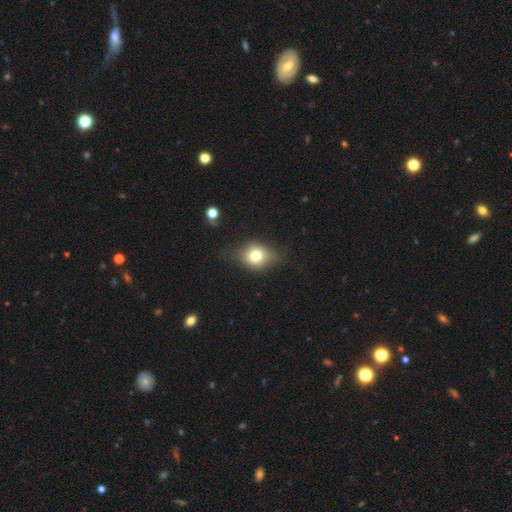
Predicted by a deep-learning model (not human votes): A smooth galaxy with no disk features (70%) that is round (51%).

Vote fractions:
- Smooth or featured? smooth: 70% / featured or disk: 18% / star or artifact: 12%
- How rounded? round: 51% / in between: 48% / cigar-shaped: 2%
- Merging? none: 69% / minor disturbance: 23% / major disturbance: 7% / merger: 2%